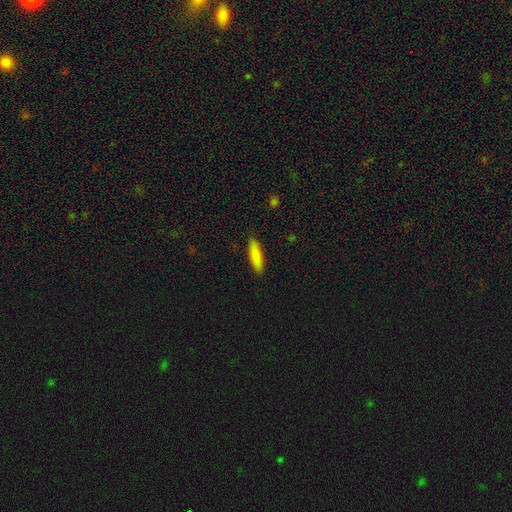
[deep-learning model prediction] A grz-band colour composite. It shows a smooth galaxy with no disk features (86%) that is cigar-shaped (67%). Merging: none (89%).